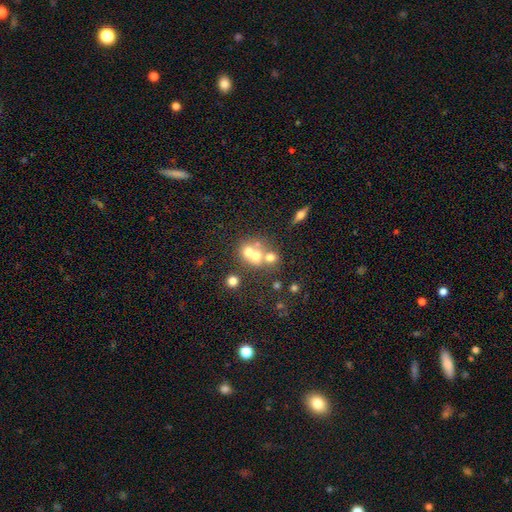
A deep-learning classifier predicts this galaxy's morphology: smooth_or_featured: smooth (p=0.58) [alt: featured or disk p=0.27]
how_rounded: round (p=0.77) [alt: in between p=0.22]
merging: merger (p=0.54) [alt: none p=0.34]